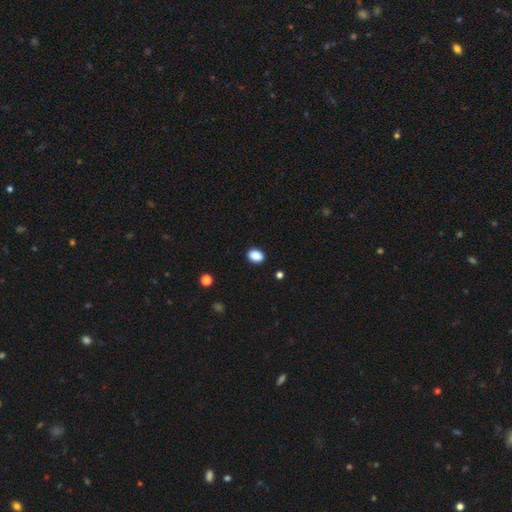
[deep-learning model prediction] smooth_or_featured: smooth (p=0.89) [alt: star or artifact p=0.09]
how_rounded: in between (p=0.71) [alt: round p=0.28]
merging: none (p=0.89) [alt: minor disturbance p=0.08]